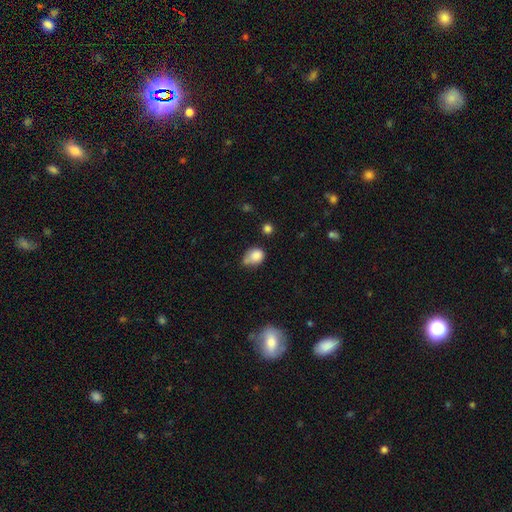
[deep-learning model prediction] Smooth or featured? Predicted: smooth (p=0.81). How rounded? Predicted: round (p=0.53). Merging? Predicted: none (p=0.37).